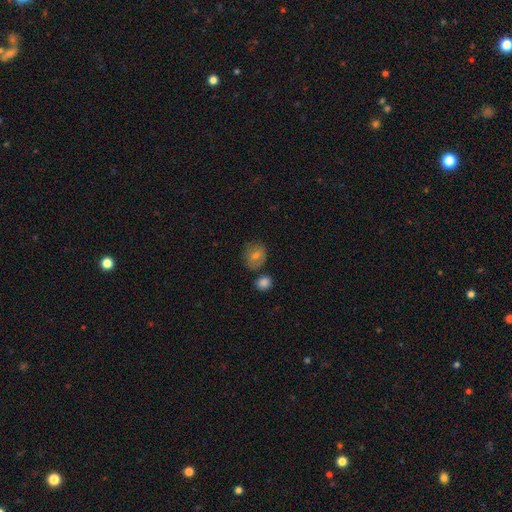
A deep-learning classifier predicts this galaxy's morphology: A smooth galaxy with no disk features (66%) that is round (69%).

Vote fractions:
- Smooth or featured? smooth: 66% / featured or disk: 22% / star or artifact: 13%
- How rounded? round: 69% / in between: 30% / cigar-shaped: 1%
- Merging? none: 72% / minor disturbance: 14% / merger: 11% / major disturbance: 4%